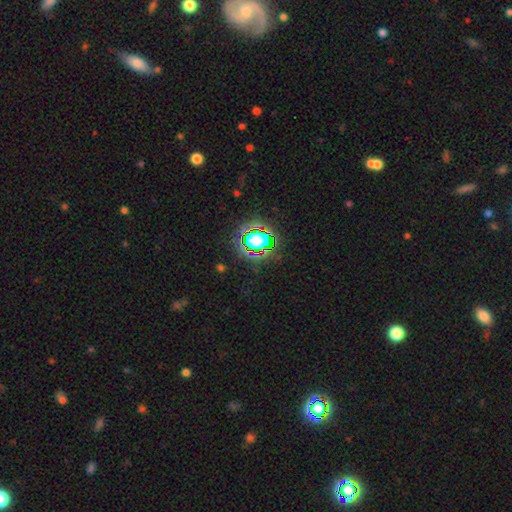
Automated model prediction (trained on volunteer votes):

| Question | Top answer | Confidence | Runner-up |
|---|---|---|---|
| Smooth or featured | star or artifact | 80% | smooth (12%) |